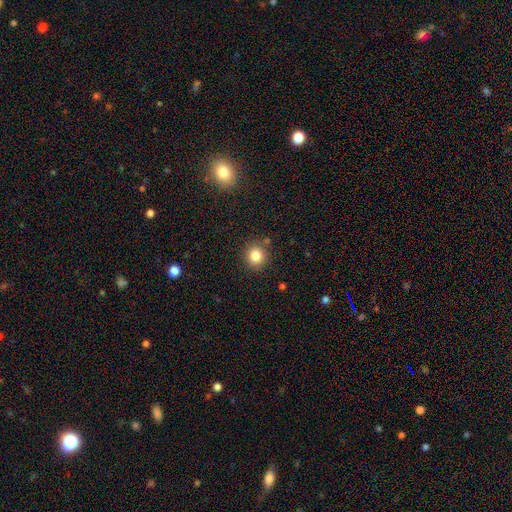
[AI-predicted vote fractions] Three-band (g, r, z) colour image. It shows a smooth galaxy with no disk features (83%) that is round (88%). Merging: none (84%).